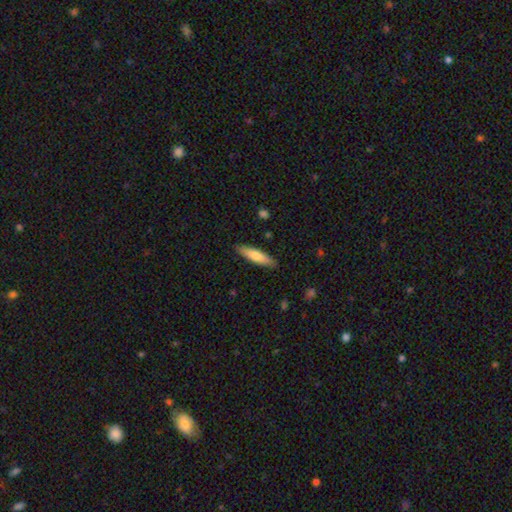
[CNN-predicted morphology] This is likely a smooth galaxy (69%). How rounded: likely cigar-shaped (78%). Merging: clearly none (88%).